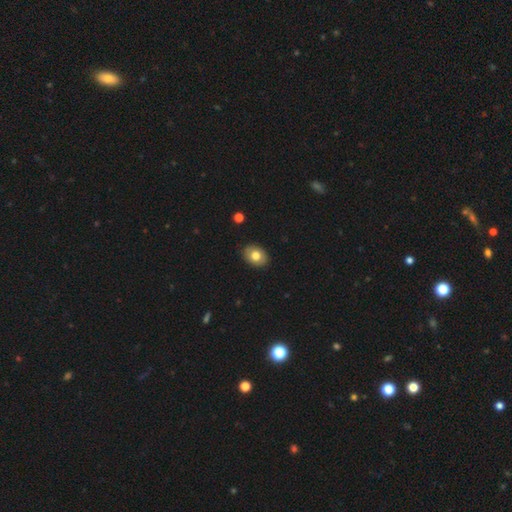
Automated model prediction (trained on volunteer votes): Morphology: type=smooth (77%); roundness=in between (70%); merging=none (88%).